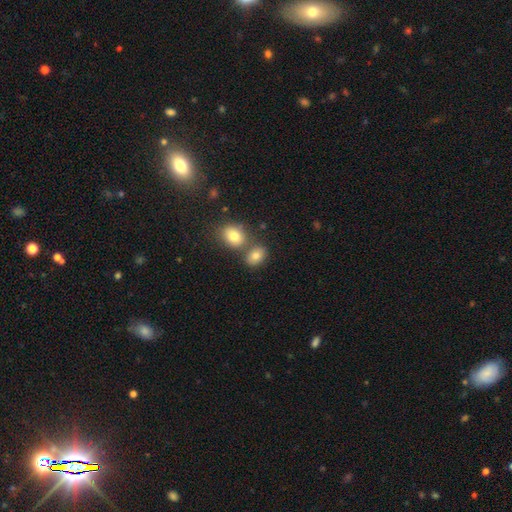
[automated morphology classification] Smooth or featured?
  - smooth: 80% *
  - star or artifact: 11%
  - featured or disk: 9%
How rounded?
  - in between: 64% *
  - round: 34%
  - cigar-shaped: 1%
Merging?
  - none: 59% *
  - merger: 28%
  - minor disturbance: 10%
  - major disturbance: 3%